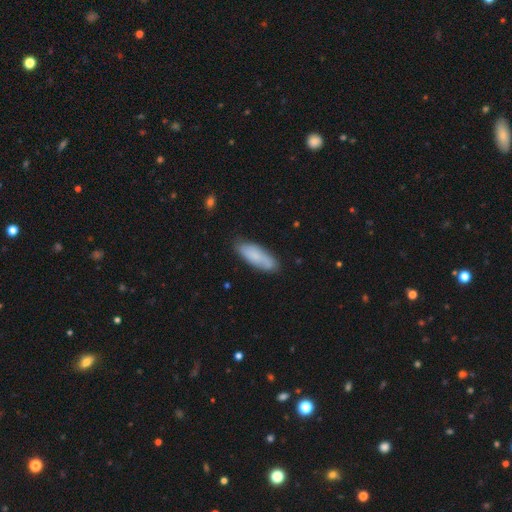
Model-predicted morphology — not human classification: Smooth or featured? smooth (75%)
How rounded? in between (63%)
Merging? none (77%)